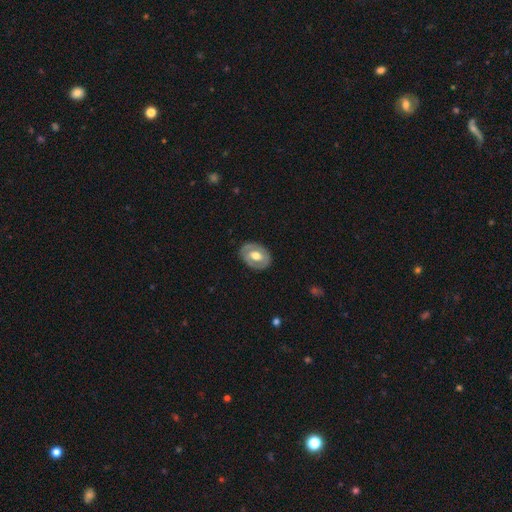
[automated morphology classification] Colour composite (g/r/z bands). It shows a featured or disk galaxy (55%) with no bar (59%), no spiral arms (73%) and a moderate central bulge (66%). Merging: none (83%).